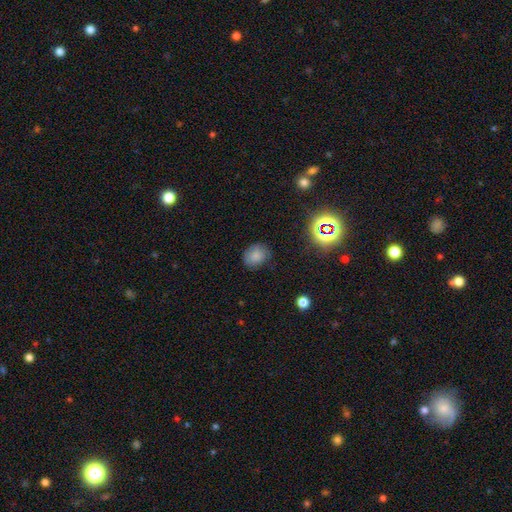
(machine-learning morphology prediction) smooth_or_featured: smooth (p=0.78) [alt: star or artifact p=0.14]
how_rounded: round (p=0.59) [alt: in between p=0.40]
merging: none (p=0.76) [alt: minor disturbance p=0.18]